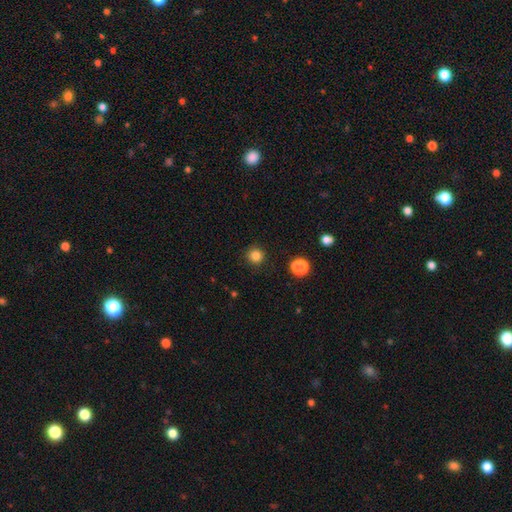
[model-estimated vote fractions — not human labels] Smooth or featured: smooth — 83% (star or artifact — 13%)
How rounded: round — 94% (in between — 5%)
Merging: none — 91% (minor disturbance — 6%)